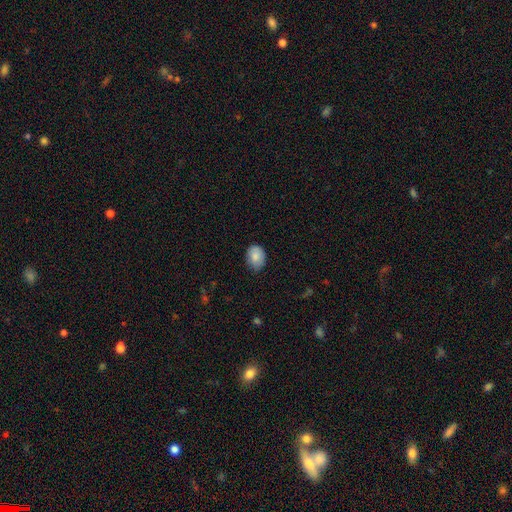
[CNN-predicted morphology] smooth-or-featured: smooth: 84% | featured or disk: 9% | star or artifact: 7%
  how-rounded: in between: 65% | round: 34% | cigar-shaped: 1%
  merging: none: 72% | minor disturbance: 23% | major disturbance: 3% | merger: 1%